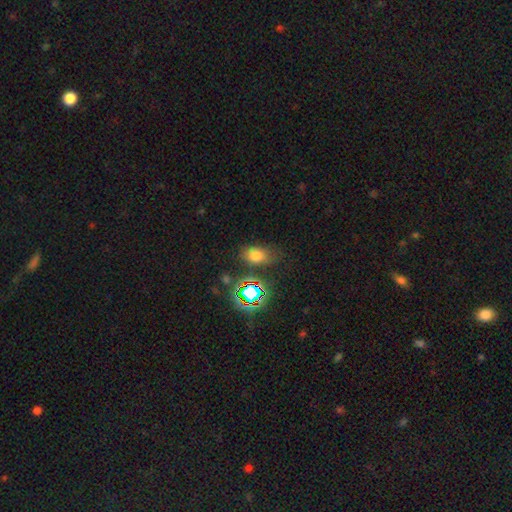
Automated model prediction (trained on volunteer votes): Smooth or featured?
  - smooth: 66% *
  - star or artifact: 23%
  - featured or disk: 11%
How rounded?
  - in between: 79% *
  - round: 18%
  - cigar-shaped: 2%
Merging?
  - none: 71% *
  - minor disturbance: 18%
  - major disturbance: 6%
  - merger: 5%